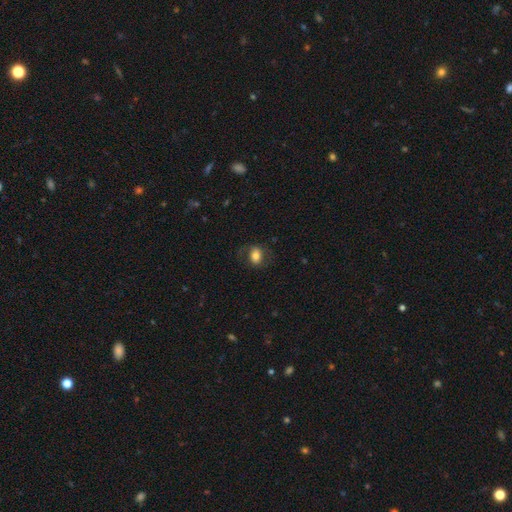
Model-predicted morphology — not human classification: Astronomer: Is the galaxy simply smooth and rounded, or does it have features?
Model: smooth — 68%.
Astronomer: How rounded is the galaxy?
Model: in between — 63%.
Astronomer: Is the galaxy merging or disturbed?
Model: none — 70%.